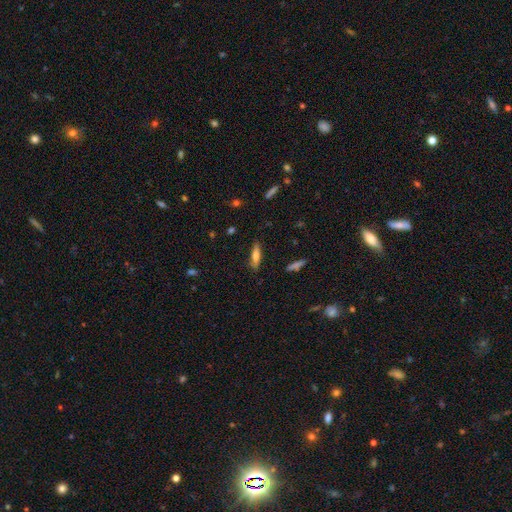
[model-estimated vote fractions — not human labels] smooth-or-featured: smooth: 68% | featured or disk: 25% | star or artifact: 7%
  how-rounded: cigar-shaped: 70% | in between: 28% | round: 2%
  merging: none: 82% | minor disturbance: 14% | major disturbance: 3% | merger: 2%